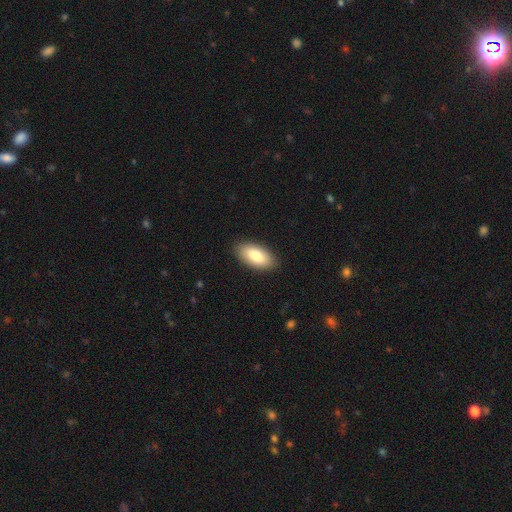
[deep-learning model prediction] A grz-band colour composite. It shows a smooth galaxy with no disk features (83%) that is in between round and cigar-shaped (92%). Merging: none (88%).